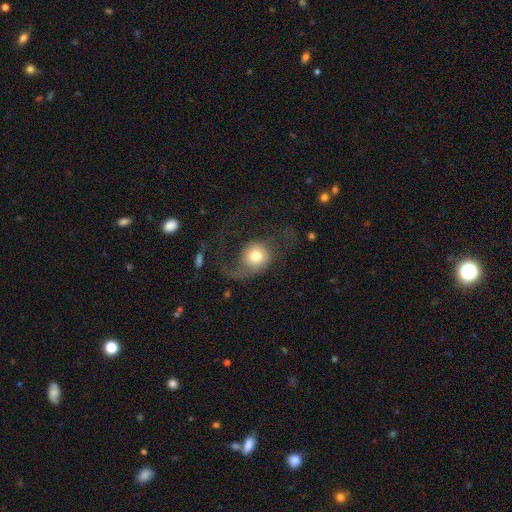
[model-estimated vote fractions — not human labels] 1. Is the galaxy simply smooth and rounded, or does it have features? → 60% smooth, 31% featured or disk, 9% star or artifact.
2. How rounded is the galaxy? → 77% round, 22% in between, 1% cigar-shaped.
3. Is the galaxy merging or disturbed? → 49% major disturbance, 32% none, 16% minor disturbance, 3% merger.